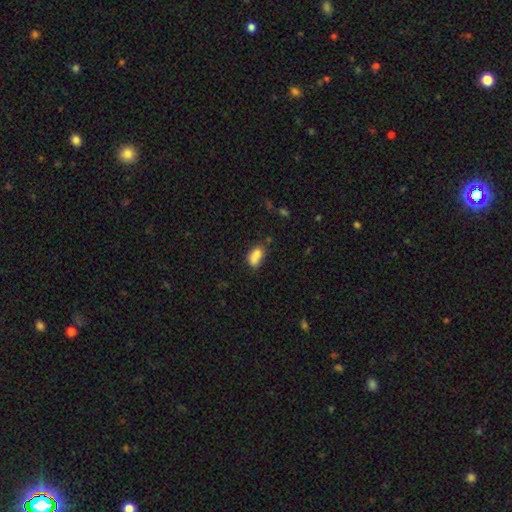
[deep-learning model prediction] The model was most divided on "merging": merger: 44%, none: 33%, minor disturbance: 17%, major disturbance: 7%. More confident: how rounded — in between (76%); smooth or featured — smooth (75%).